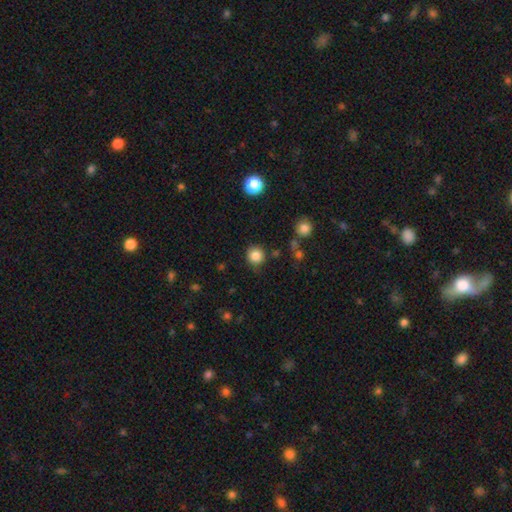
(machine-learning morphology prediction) smooth 84%, star or artifact 11%, featured or disk 5%. Down the decision tree: how rounded — round (92%); merging — none (83%).